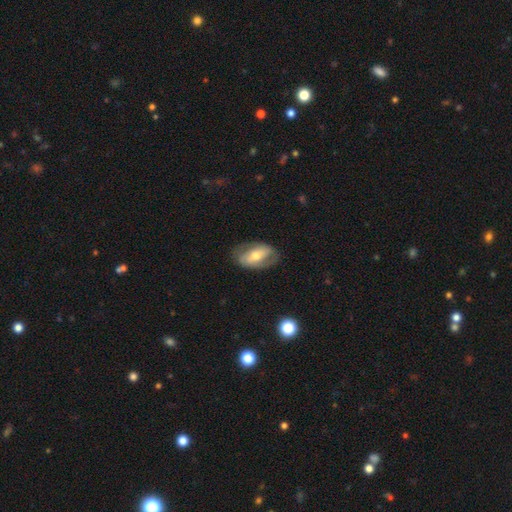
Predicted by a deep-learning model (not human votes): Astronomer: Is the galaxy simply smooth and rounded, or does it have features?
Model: featured or disk — 63%.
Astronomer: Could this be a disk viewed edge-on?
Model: no — 93%.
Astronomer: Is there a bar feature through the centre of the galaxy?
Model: weak — 34% (runner-up: strong, 33%).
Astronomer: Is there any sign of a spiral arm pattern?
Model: yes — 69%.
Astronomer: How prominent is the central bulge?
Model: moderate — 64%.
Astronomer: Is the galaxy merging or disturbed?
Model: none — 72%.